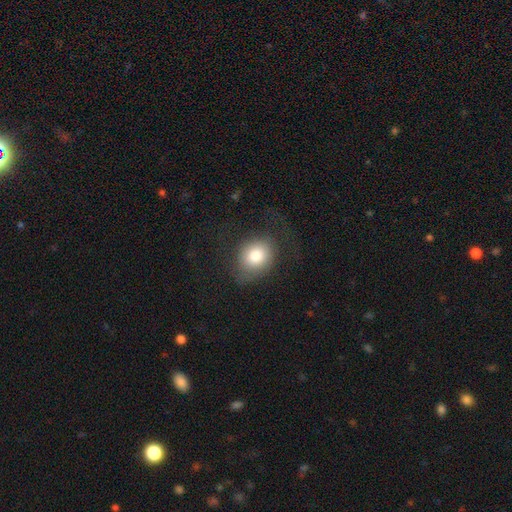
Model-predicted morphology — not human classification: smooth-or-featured: smooth: 78% | featured or disk: 13% | star or artifact: 8%
  how-rounded: round: 54% | in between: 45% | cigar-shaped: 1%
  merging: none: 60% | minor disturbance: 20% | major disturbance: 18% | merger: 1%